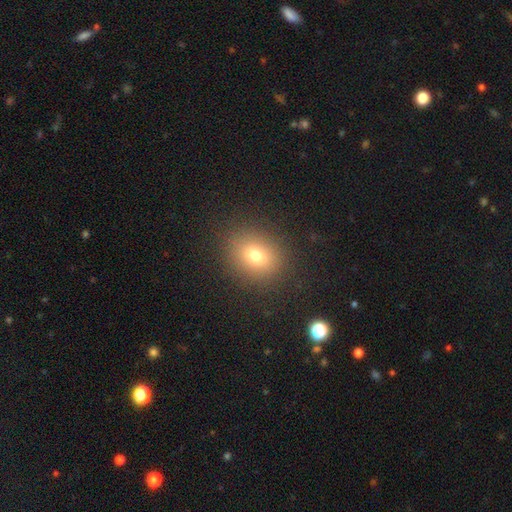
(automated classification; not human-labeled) Smooth or featured?
  - smooth: 73% *
  - star or artifact: 15%
  - featured or disk: 12%
How rounded?
  - round: 63% *
  - in between: 36%
  - cigar-shaped: 1%
Merging?
  - none: 88% *
  - minor disturbance: 7%
  - major disturbance: 4%
  - merger: 1%